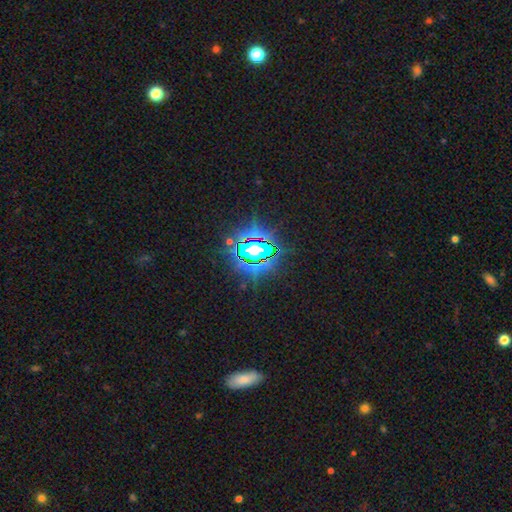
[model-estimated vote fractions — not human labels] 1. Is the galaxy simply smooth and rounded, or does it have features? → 82% star or artifact, 11% smooth, 8% featured or disk.